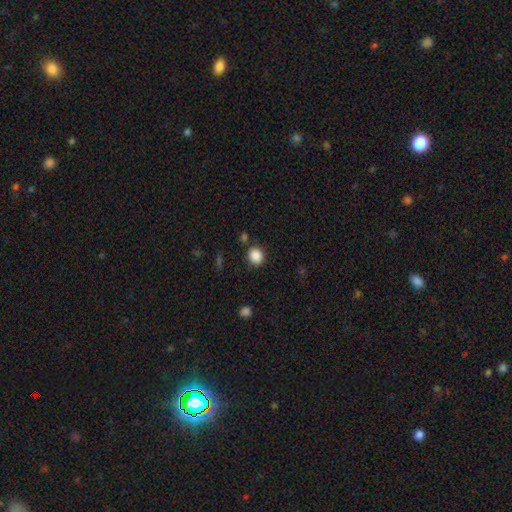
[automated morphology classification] type=smooth (87%); roundness=round (73%); merging=none (83%).